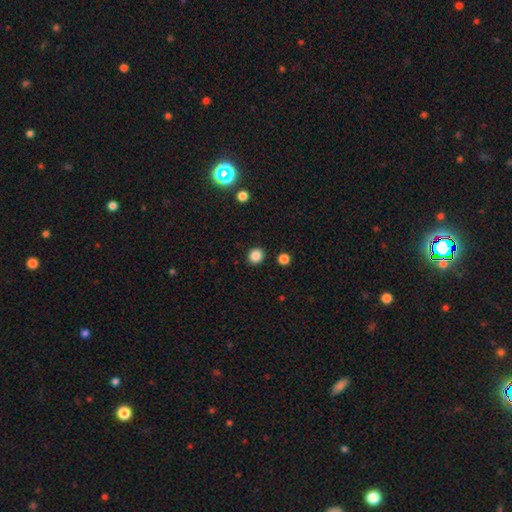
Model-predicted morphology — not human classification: Smooth or featured? smooth (86%)
How rounded? round (82%)
Merging? none (90%)